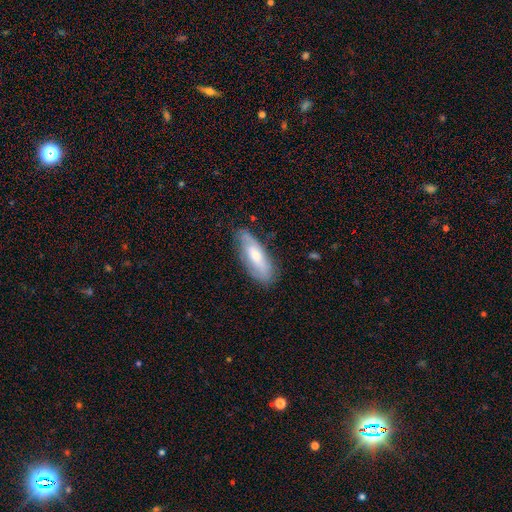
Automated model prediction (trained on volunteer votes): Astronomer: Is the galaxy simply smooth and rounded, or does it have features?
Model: smooth — 49% (runner-up: featured or disk, 45%).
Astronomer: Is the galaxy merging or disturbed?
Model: none — 74%.